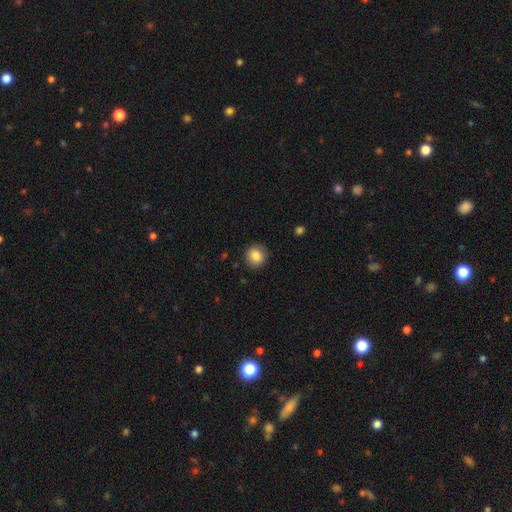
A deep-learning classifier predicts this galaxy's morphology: smooth 86%, star or artifact 9%, featured or disk 5%. Down the decision tree: how rounded — round (87%); merging — none (88%).